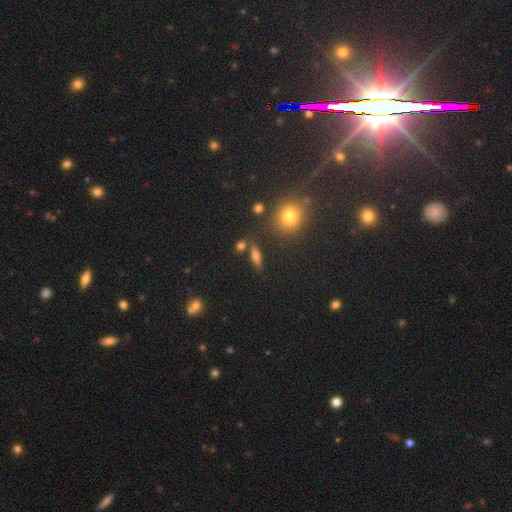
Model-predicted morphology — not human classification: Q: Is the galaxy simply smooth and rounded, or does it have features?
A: smooth — 55%.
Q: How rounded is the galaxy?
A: cigar-shaped — 45%.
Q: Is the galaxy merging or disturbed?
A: none — 79%.